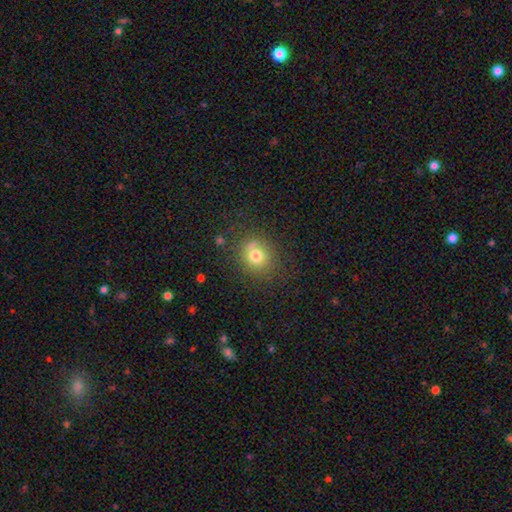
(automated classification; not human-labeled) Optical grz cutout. It shows a smooth galaxy with no disk features (75%) that is round (82%). Merging: none (74%).